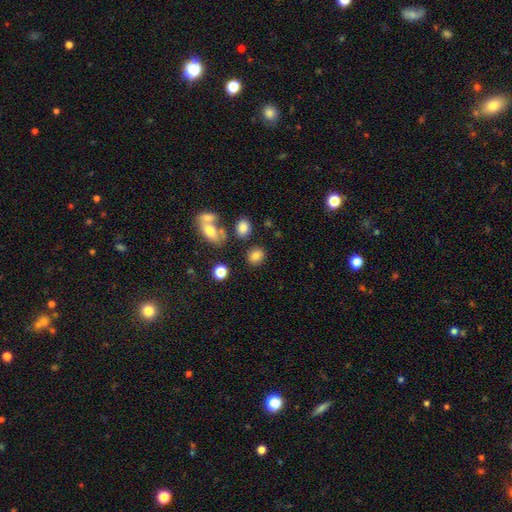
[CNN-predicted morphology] Smooth or featured? smooth (82%)
How rounded? round (58%)
Merging? none (80%)